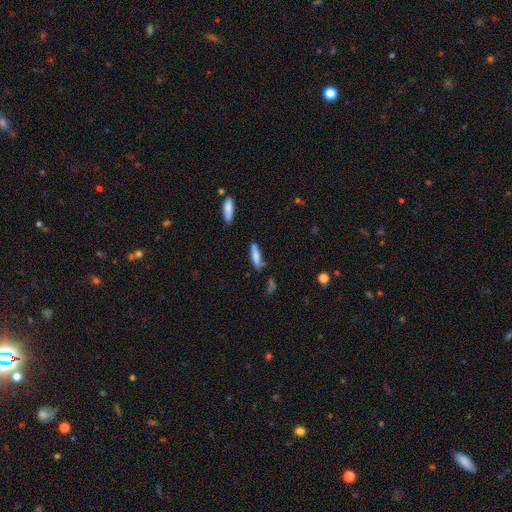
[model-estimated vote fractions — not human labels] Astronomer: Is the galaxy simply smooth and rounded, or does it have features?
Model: smooth — 79%.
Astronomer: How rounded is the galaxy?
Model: cigar-shaped — 69%.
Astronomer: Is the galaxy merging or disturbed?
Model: none — 66%.